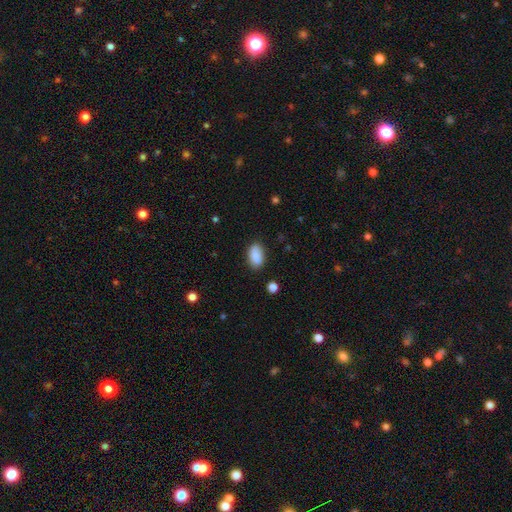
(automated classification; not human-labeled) Smooth or featured? Predicted: smooth (p=0.89). How rounded? Predicted: in between (p=0.92). Merging? Predicted: none (p=0.84).